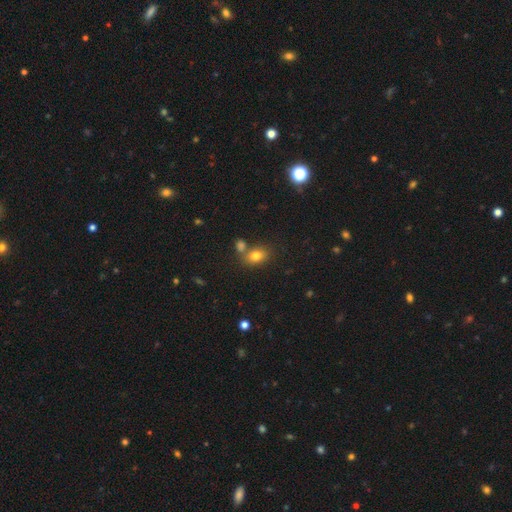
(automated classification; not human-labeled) This appears to be a smooth galaxy with no disk features (78%) that is in between round and cigar-shaped (70%). Merging: none (60%).